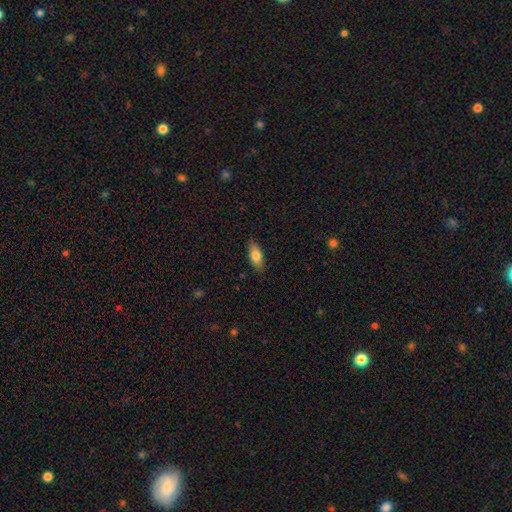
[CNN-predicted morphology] The model was most divided on "smooth or featured": smooth: 78%, featured or disk: 15%, star or artifact: 7%. More confident: merging — none (86%); how rounded — in between (81%).